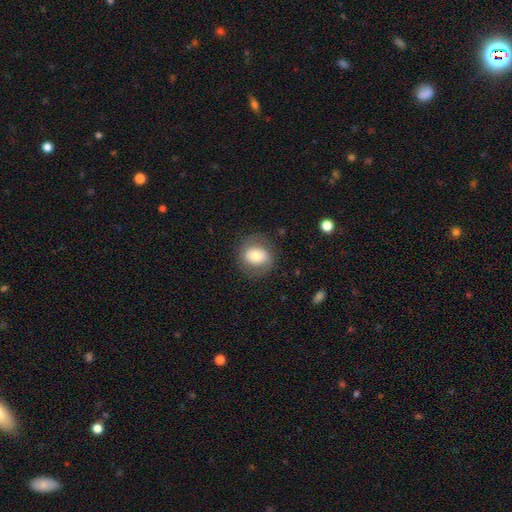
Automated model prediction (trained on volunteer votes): Smooth or featured? Predicted: smooth (p=0.59). How rounded? Predicted: round (p=0.57). Merging? Predicted: none (p=0.76).